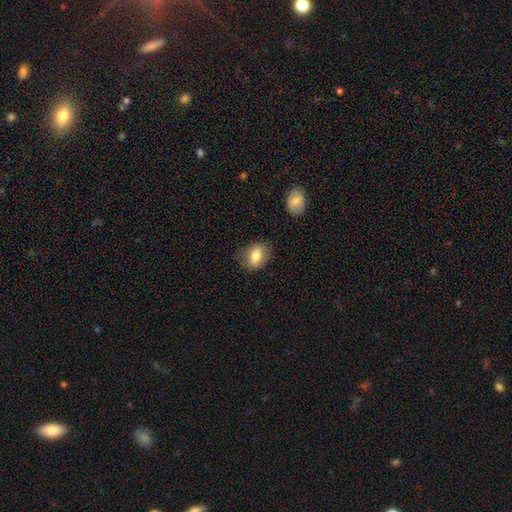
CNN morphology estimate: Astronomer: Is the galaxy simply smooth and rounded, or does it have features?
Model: smooth — 78%.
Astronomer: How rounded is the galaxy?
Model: in between — 71%.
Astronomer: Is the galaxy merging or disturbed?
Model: none — 77%.